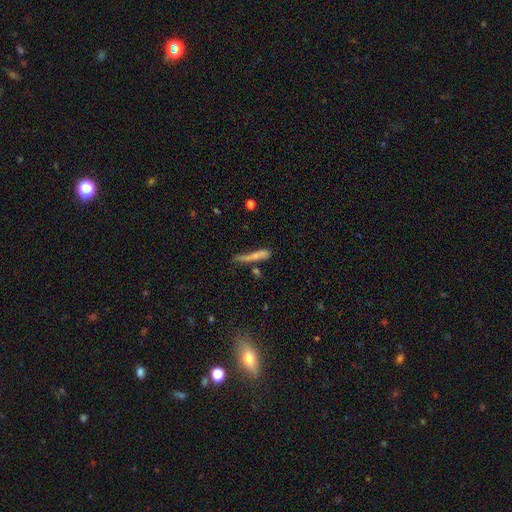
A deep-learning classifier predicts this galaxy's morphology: Overall: smooth (58%; featured or disk 33%). How rounded: cigar-shaped (89%). Merging: none (47%; minor disturbance 25%).